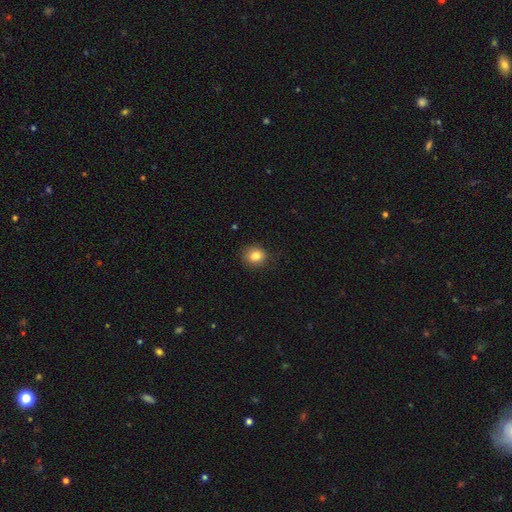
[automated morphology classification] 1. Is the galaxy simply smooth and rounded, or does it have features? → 84% smooth, 10% star or artifact, 6% featured or disk.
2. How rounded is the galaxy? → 73% round, 27% in between, 1% cigar-shaped.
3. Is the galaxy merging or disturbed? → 82% none, 14% minor disturbance, 3% major disturbance, 1% merger.